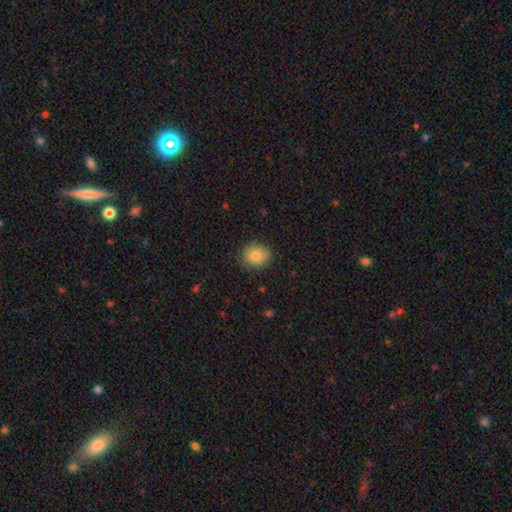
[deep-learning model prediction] Smooth or featured? Predicted: smooth (p=0.82). How rounded? Predicted: round (p=0.68). Merging? Predicted: none (p=0.81).